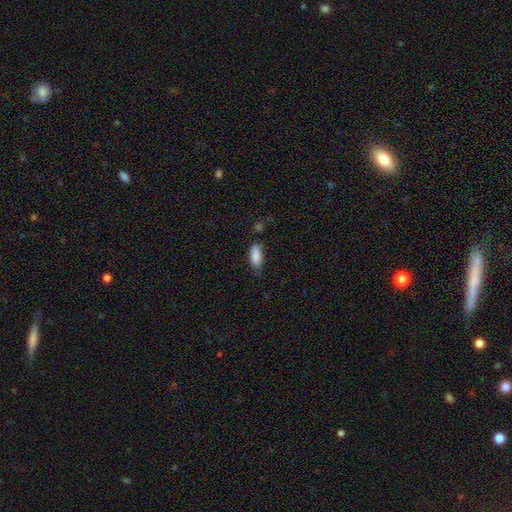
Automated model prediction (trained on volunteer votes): A smooth galaxy with no disk features (87%) that is in between round and cigar-shaped (82%).

Vote fractions:
- Smooth or featured? smooth: 87% / star or artifact: 7% / featured or disk: 5%
- How rounded? in between: 82% / cigar-shaped: 16% / round: 2%
- Merging? none: 67% / minor disturbance: 25% / major disturbance: 5% / merger: 4%